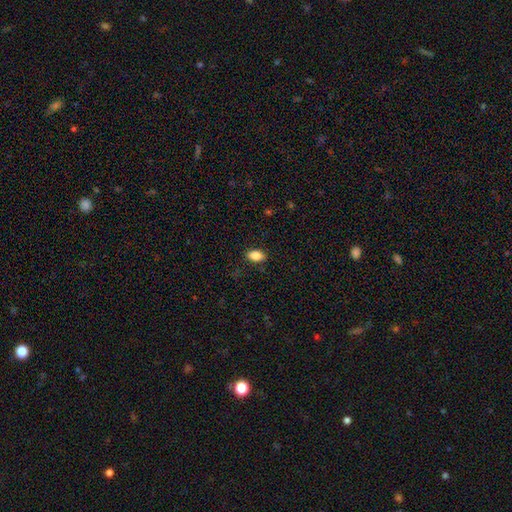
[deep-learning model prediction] This is clearly a smooth galaxy (85%). How rounded: clearly in between (88%). Merging: clearly none (86%).